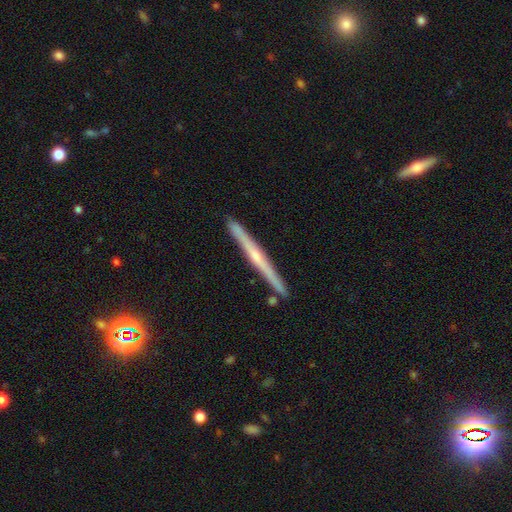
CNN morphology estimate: type=featured or disk (71%); edge-on=yes (98%); edge-on bulge=rounded (59%); merging=none (90%).